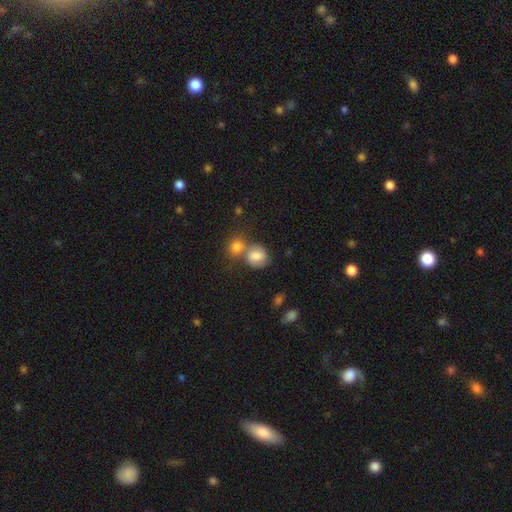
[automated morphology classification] This is likely a smooth galaxy (74%). How rounded: likely round (62%). Merging: possibly merger (47%).